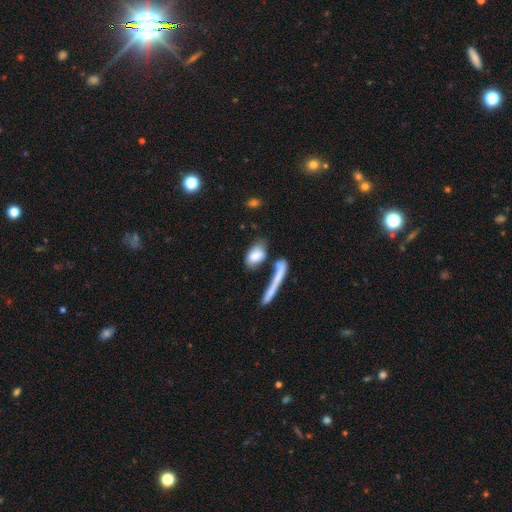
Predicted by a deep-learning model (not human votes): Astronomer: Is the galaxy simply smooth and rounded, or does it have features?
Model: smooth — 75%.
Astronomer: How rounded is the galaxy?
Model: in between — 77%.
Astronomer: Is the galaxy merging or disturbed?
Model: none — 37% (runner-up: merger, 30%).